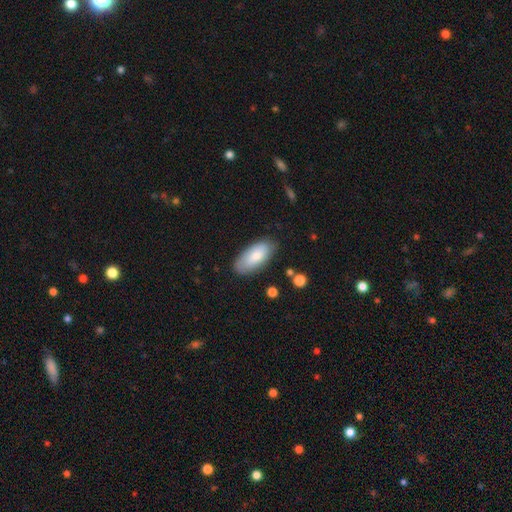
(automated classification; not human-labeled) Smooth or featured? Predicted: smooth (p=0.81). How rounded? Predicted: in between (p=0.89). Merging? Predicted: none (p=0.80).